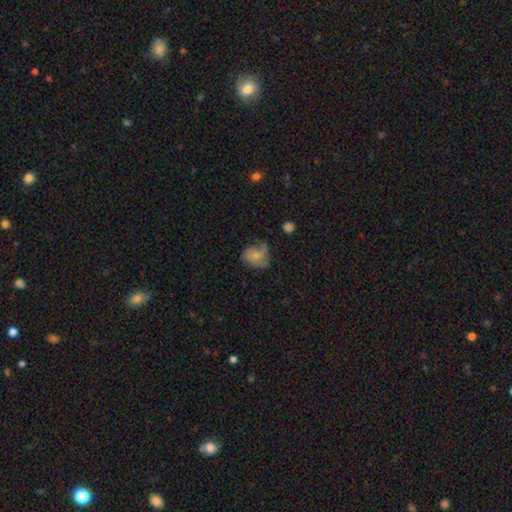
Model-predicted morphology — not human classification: Q: Smooth or featured?
A: smooth (50%); runner-up: featured or disk (41%)
Q: How rounded?
A: round (51%); runner-up: in between (48%)
Q: Merging?
A: none (42%); runner-up: minor disturbance (30%)